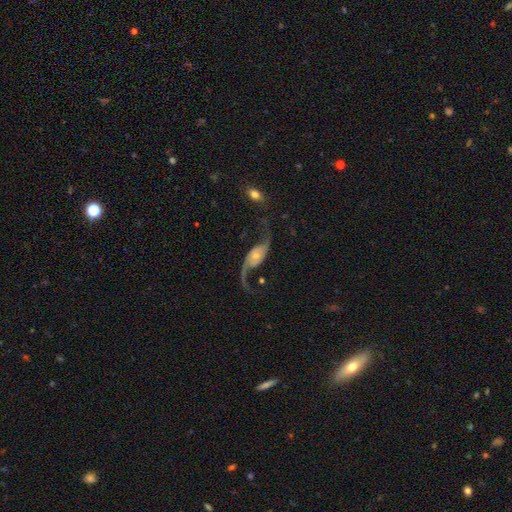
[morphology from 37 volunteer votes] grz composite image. It shows a featured or disk galaxy (86%) with no bar (66%), 2 (83%) loose (97%) spiral arms (100%) and a small central bulge (52%). Merging: none (46%).